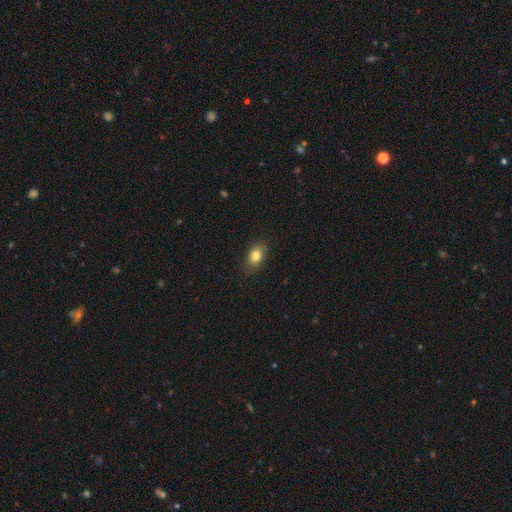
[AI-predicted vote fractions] smooth 81%, star or artifact 10%, featured or disk 10%. Down the decision tree: how rounded — in between (77%); merging — none (84%).